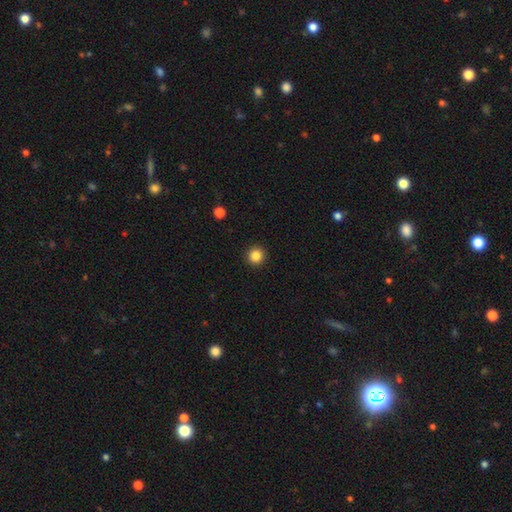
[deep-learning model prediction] The model was most divided on "smooth or featured": smooth: 85%, star or artifact: 11%, featured or disk: 4%. More confident: how rounded — round (95%); merging — none (93%).